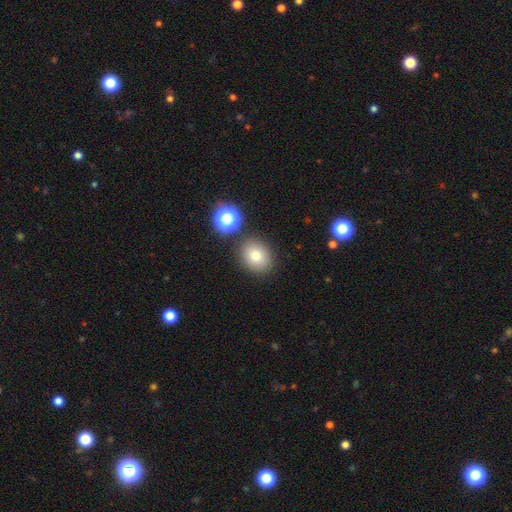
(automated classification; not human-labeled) This appears to be a smooth galaxy with no disk features (78%) that is round (61%). Merging: none (82%).